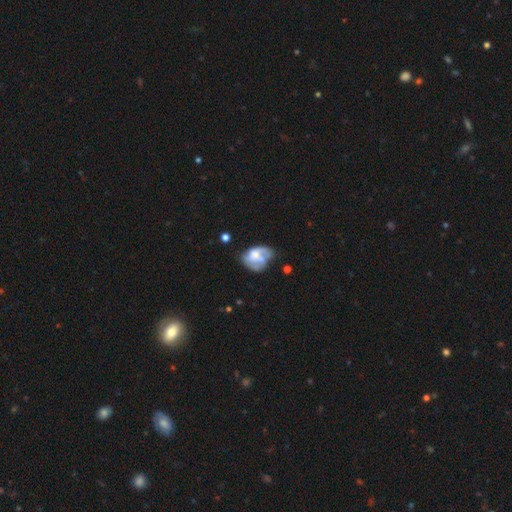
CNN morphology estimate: This appears to be a featured or disk galaxy (49%). Merging: none (33%).